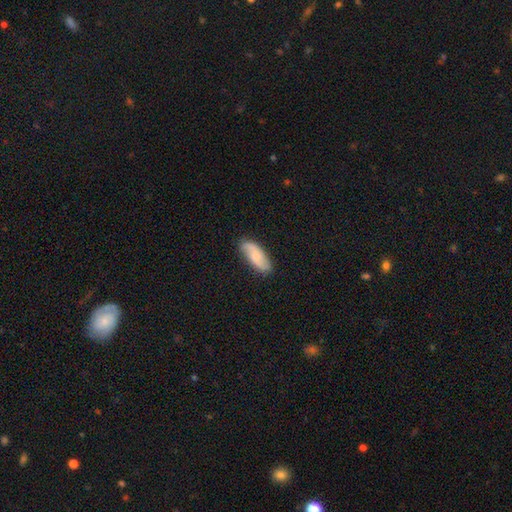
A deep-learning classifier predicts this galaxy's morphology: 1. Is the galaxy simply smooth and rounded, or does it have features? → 54% smooth, 40% featured or disk, 6% star or artifact.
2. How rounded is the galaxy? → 78% in between, 19% cigar-shaped, 2% round.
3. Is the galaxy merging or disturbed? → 82% none, 14% minor disturbance, 3% major disturbance, 1% merger.